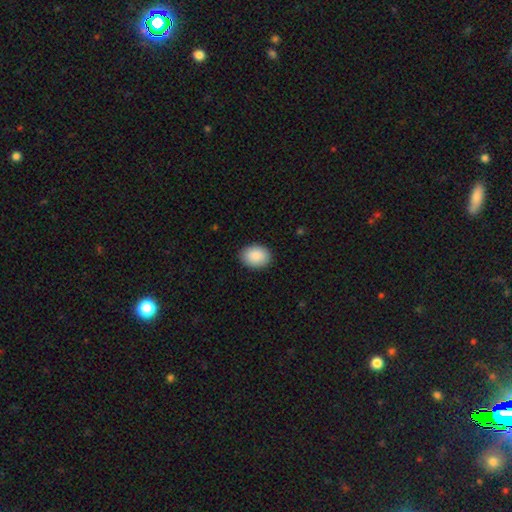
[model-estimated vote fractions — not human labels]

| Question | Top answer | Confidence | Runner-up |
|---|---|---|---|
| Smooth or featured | smooth | 90% | star or artifact (6%) |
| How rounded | in between | 69% | round (30%) |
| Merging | none | 89% | minor disturbance (8%) |